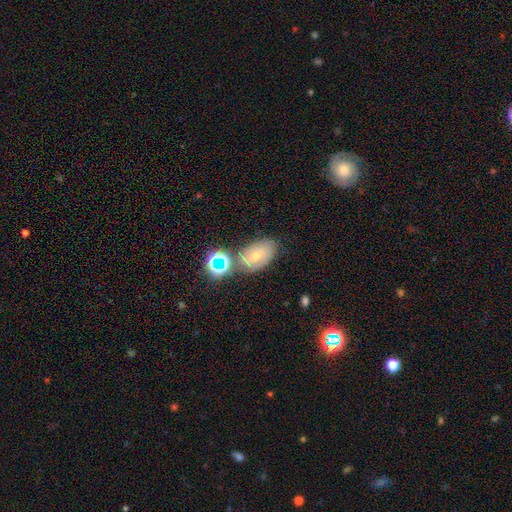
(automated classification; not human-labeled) This appears to be a smooth galaxy with no disk features (40%). Merging: none (53%).